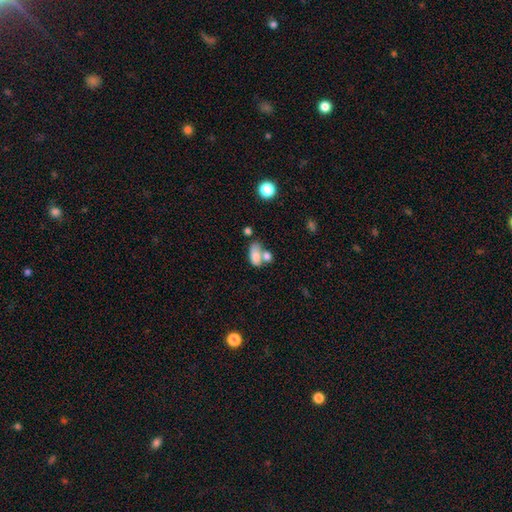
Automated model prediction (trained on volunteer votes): Smooth or featured? Predicted: smooth (p=0.78). How rounded? Predicted: in between (p=0.87). Merging? Predicted: merger (p=0.47).